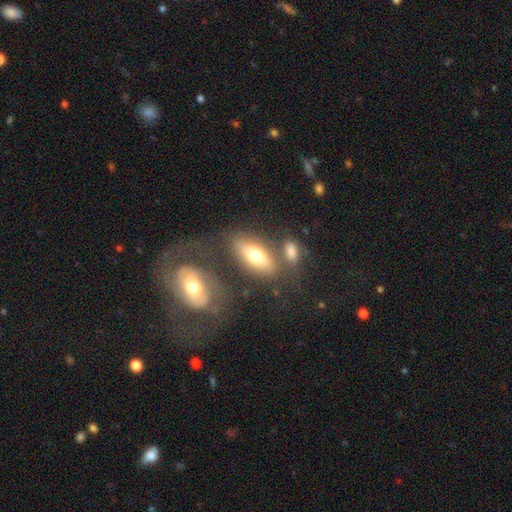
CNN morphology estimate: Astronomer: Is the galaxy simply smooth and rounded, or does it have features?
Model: smooth — 65%.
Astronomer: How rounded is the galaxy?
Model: in between — 80%.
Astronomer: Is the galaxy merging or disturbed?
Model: none — 61%.